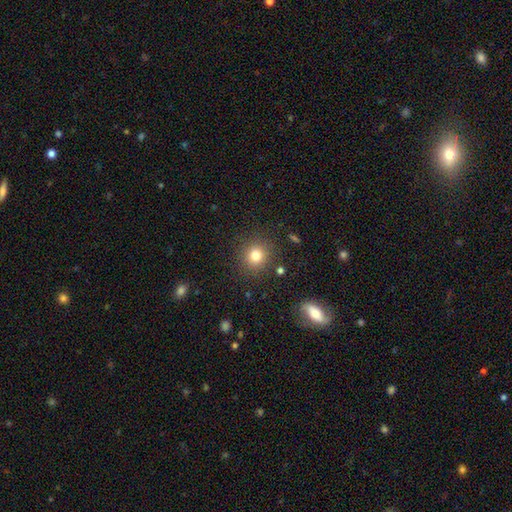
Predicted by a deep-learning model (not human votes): A smooth galaxy with no disk features (80%) that is round (89%).

Vote fractions:
- Smooth or featured? smooth: 80% / star or artifact: 13% / featured or disk: 7%
- How rounded? round: 89% / in between: 10% / cigar-shaped: 1%
- Merging? none: 87% / minor disturbance: 8% / major disturbance: 3% / merger: 2%